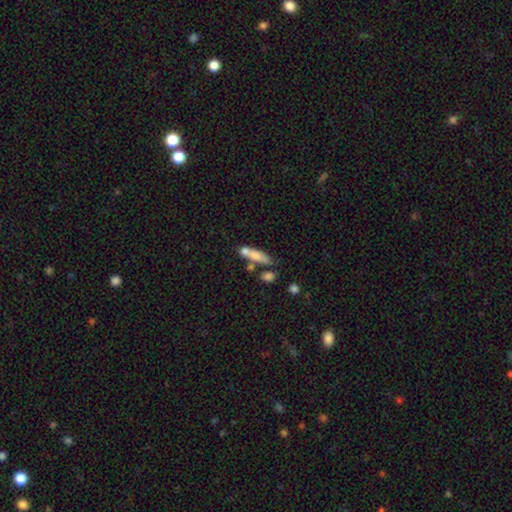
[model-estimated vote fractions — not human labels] Smooth or featured? smooth (69%)
How rounded? cigar-shaped (59%)
Merging? none (44%)